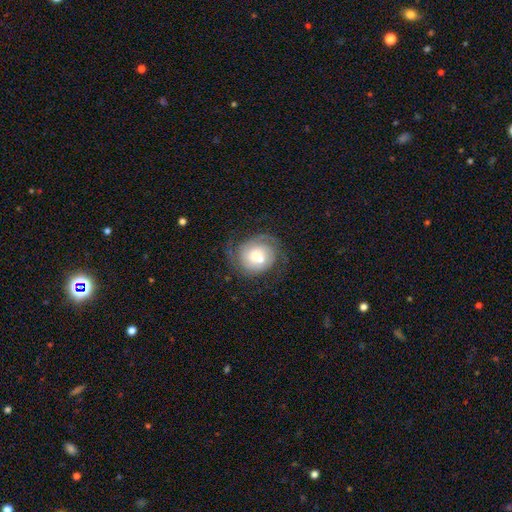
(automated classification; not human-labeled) Smooth or featured? Predicted: featured or disk (p=0.65). Edge-on disk? Predicted: no (p=0.98). Bar? Predicted: no (p=0.71). Spiral arms? Predicted: yes (p=0.86). Spiral winding? Predicted: tight (p=0.46). Spiral arm count? Predicted: 2 (p=0.61). Bulge size? Predicted: moderate (p=0.54). Merging? Predicted: none (p=0.52).